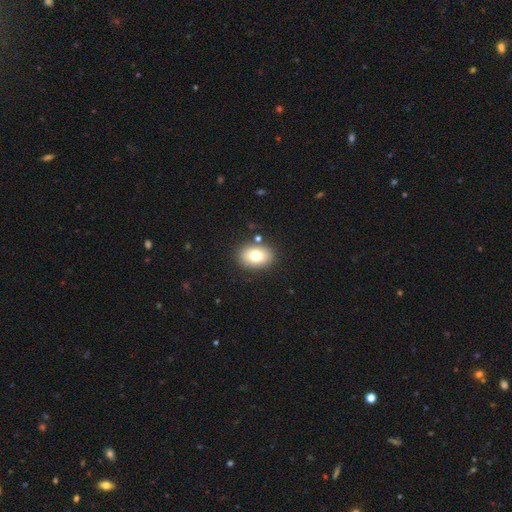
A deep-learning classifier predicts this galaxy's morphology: Smooth or featured? Predicted: smooth (p=0.76). How rounded? Predicted: in between (p=0.74). Merging? Predicted: none (p=0.85).